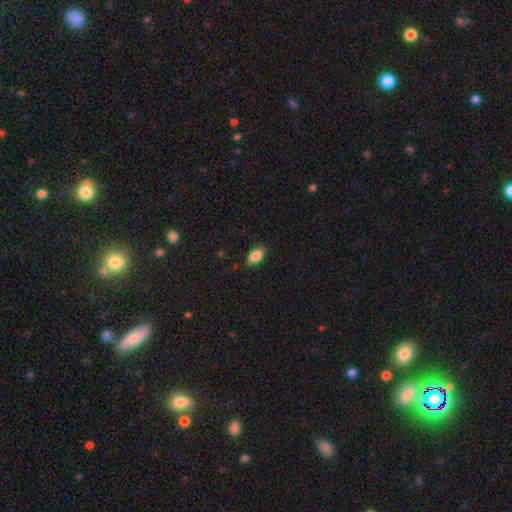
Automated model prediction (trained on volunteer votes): This appears to be a smooth galaxy with no disk features (86%) that is in between round and cigar-shaped (89%). Merging: none (84%).